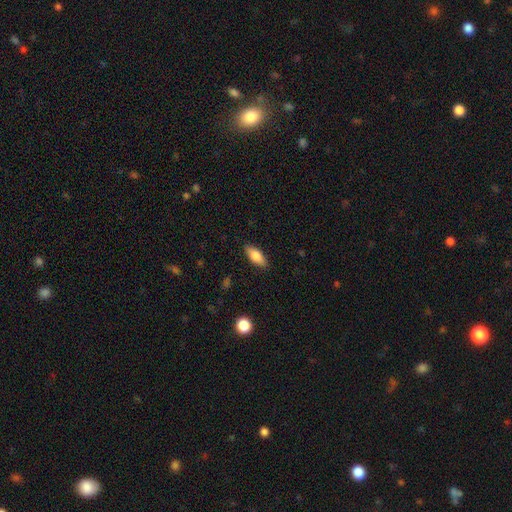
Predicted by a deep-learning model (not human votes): Smooth or featured?
  - smooth: 78% *
  - featured or disk: 15%
  - star or artifact: 7%
How rounded?
  - in between: 78% *
  - cigar-shaped: 19%
  - round: 3%
Merging?
  - none: 87% *
  - minor disturbance: 10%
  - major disturbance: 2%
  - merger: 1%